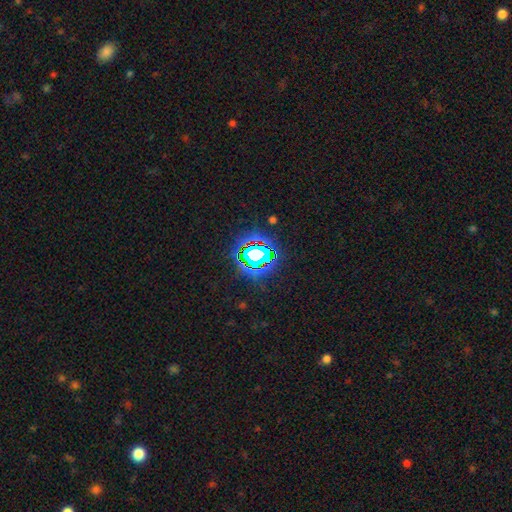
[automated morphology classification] smooth_or_featured: star or artifact (p=0.71) [alt: smooth p=0.17]